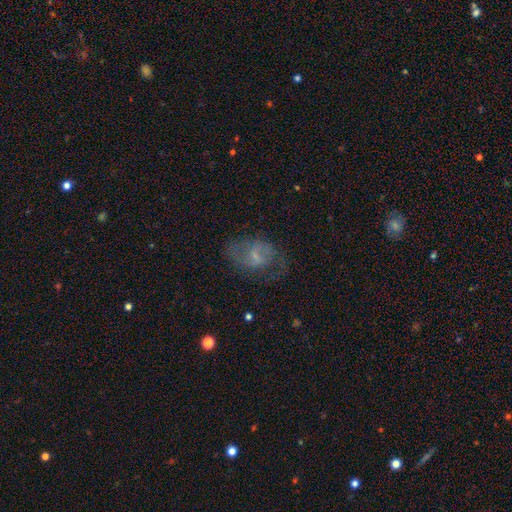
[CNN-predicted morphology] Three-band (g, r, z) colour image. It shows a featured or disk galaxy (58%) with a weak bar (51%), spiral arms (71%) and a small central bulge (47%). Merging: none (55%).